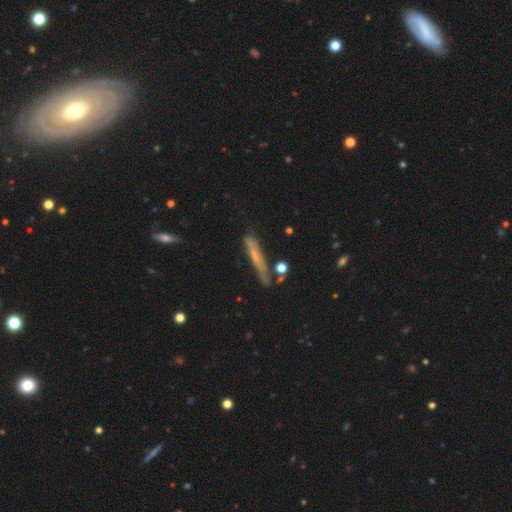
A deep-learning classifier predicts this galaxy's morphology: The model was most divided on "smooth or featured": featured or disk: 46%, smooth: 45%, star or artifact: 9%. More confident: merging — none (65%).